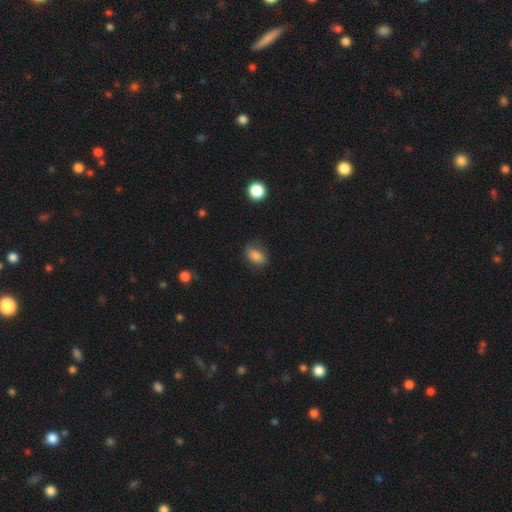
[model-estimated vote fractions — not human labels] This appears to be a smooth galaxy with no disk features (85%) that is in between round and cigar-shaped (81%). Merging: none (77%).